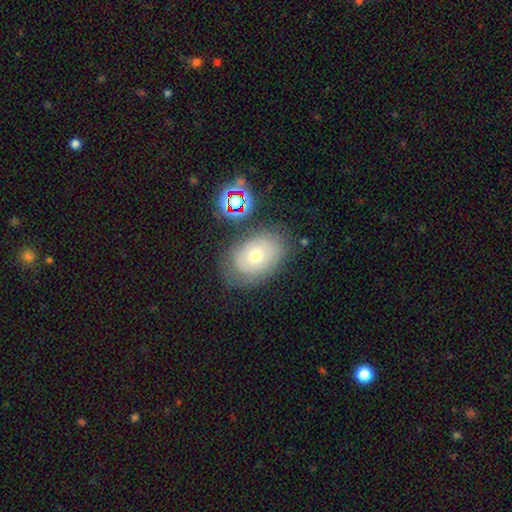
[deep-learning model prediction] smooth 48%, featured or disk 39%, star or artifact 13%. Down the decision tree: merging — none (71%).